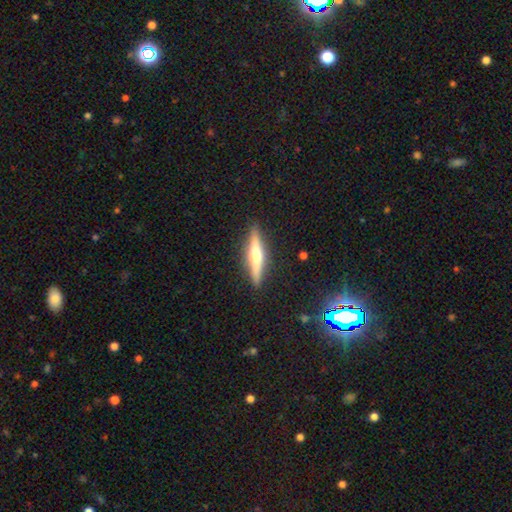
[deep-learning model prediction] Morphology: type=featured or disk (58%); edge-on=yes (96%); edge-on bulge=rounded (78%); merging=none (90%).